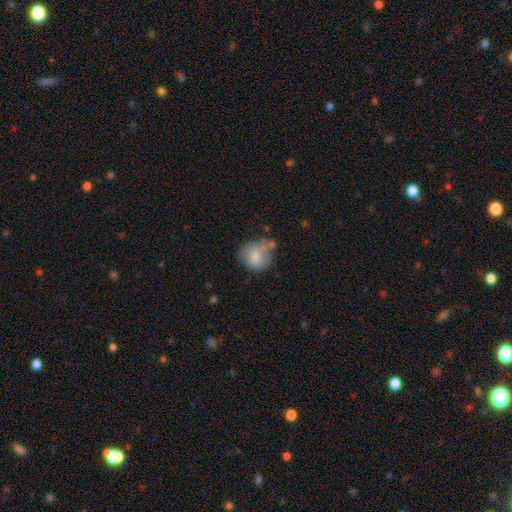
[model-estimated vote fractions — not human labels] Q: Smooth or featured?
A: smooth (75%); runner-up: featured or disk (17%)
Q: How rounded?
A: round (69%); runner-up: in between (30%)
Q: Merging?
A: none (46%); runner-up: minor disturbance (28%)